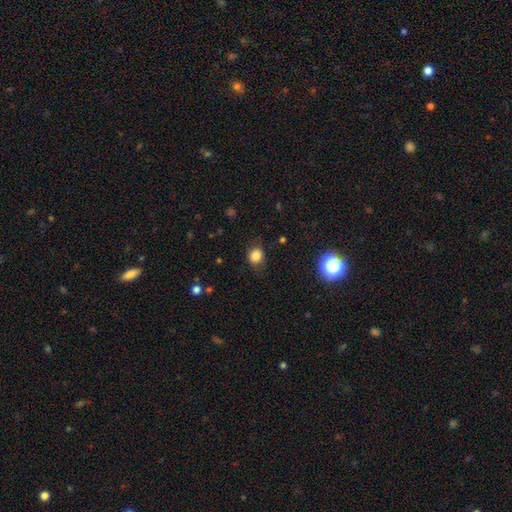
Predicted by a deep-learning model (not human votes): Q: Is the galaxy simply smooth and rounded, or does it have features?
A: smooth — 83%.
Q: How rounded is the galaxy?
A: round — 76%.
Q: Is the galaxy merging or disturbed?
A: none — 81%.